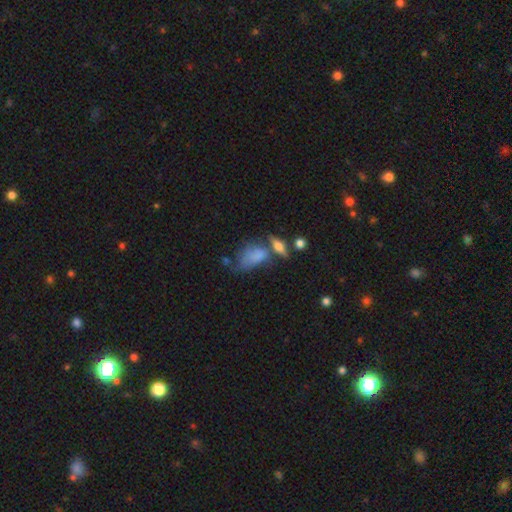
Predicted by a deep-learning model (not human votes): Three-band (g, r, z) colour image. It shows a smooth galaxy with no disk features (67%) that is in between round and cigar-shaped (83%). Merging: none (29%).